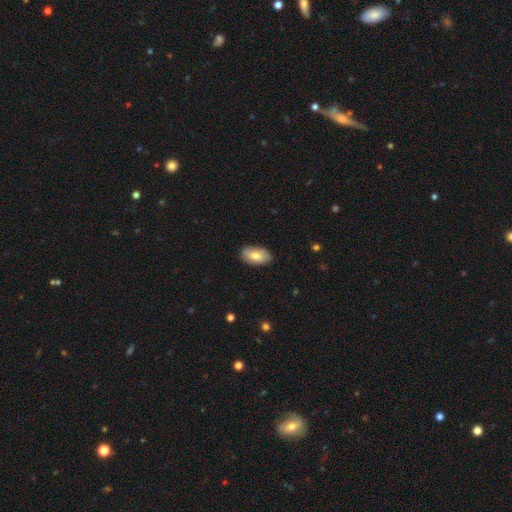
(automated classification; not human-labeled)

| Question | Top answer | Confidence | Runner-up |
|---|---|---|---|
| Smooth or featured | smooth | 75% | featured or disk (19%) |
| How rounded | in between | 94% | round (5%) |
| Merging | none | 85% | minor disturbance (12%) |